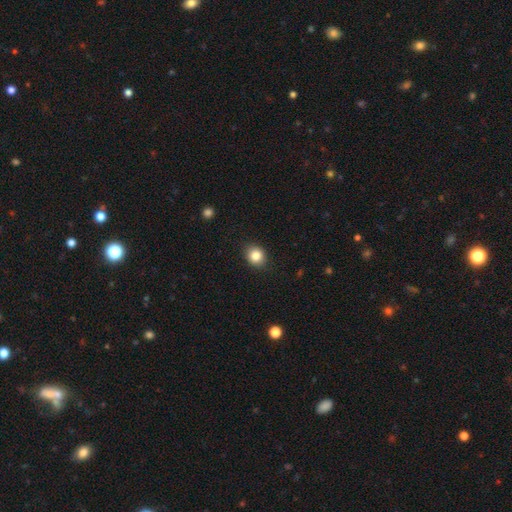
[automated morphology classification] A smooth galaxy with no disk features (84%) that is round (63%).

Vote fractions:
- Smooth or featured? smooth: 84% / star or artifact: 10% / featured or disk: 6%
- How rounded? round: 63% / in between: 36% / cigar-shaped: 1%
- Merging? none: 88% / minor disturbance: 9% / major disturbance: 2% / merger: 1%